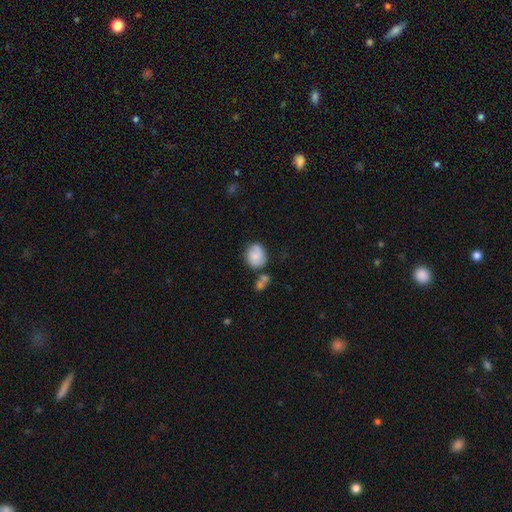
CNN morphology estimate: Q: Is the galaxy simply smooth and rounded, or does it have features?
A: smooth — 78%.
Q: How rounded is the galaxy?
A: round — 56%.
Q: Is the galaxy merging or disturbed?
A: none — 55%.